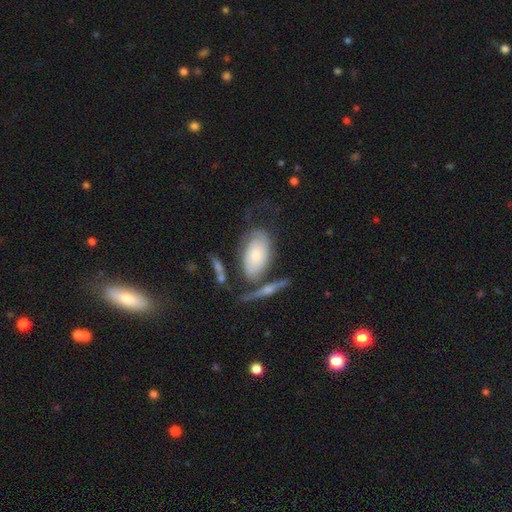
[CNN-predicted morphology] Smooth or featured? Predicted: featured or disk (p=0.53). Edge-on disk? Predicted: no (p=0.86). Merging? Predicted: none (p=0.47).